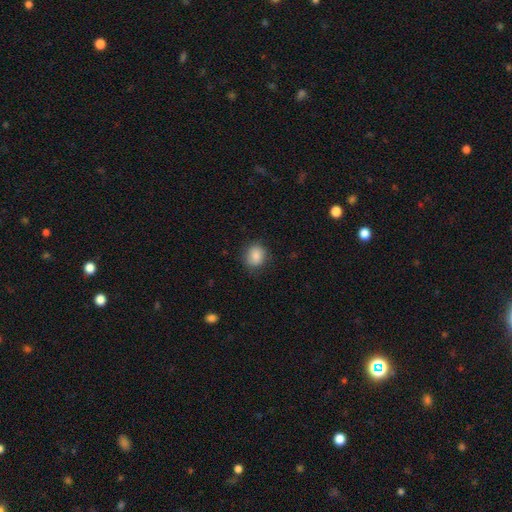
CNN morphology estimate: The model was most divided on "how rounded": round: 69%, in between: 30%, cigar-shaped: 1%. More confident: smooth or featured — smooth (85%); merging — none (81%).